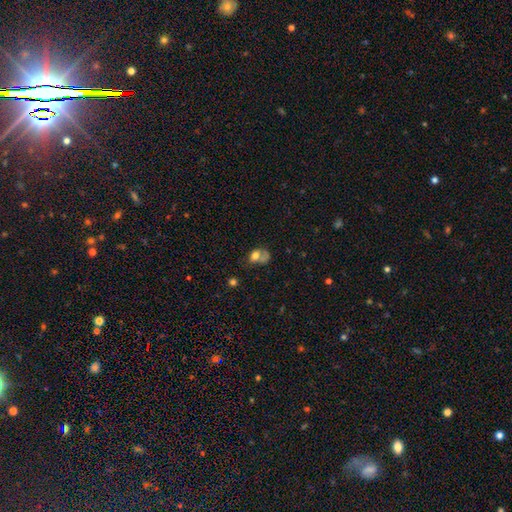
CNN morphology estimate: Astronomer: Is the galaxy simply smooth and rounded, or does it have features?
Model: smooth — 65%.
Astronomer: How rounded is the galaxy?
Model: in between — 60% (runner-up: round, 39%).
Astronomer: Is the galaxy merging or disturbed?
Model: major disturbance — 29% (runner-up: merger, 27%).